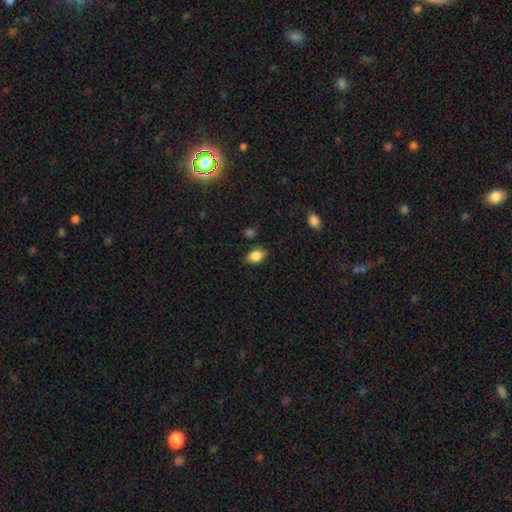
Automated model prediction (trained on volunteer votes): Q: Smooth or featured?
A: smooth (85%); runner-up: star or artifact (9%)
Q: How rounded?
A: in between (85%); runner-up: round (13%)
Q: Merging?
A: none (81%); runner-up: minor disturbance (14%)